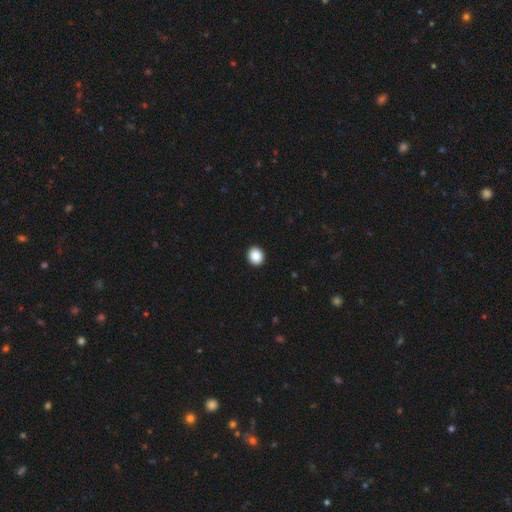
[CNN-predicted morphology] smooth-or-featured: smooth: 87% | star or artifact: 9% | featured or disk: 4%
  how-rounded: round: 74% | in between: 26% | cigar-shaped: 1%
  merging: none: 93% | minor disturbance: 4% | major disturbance: 1% | merger: 1%